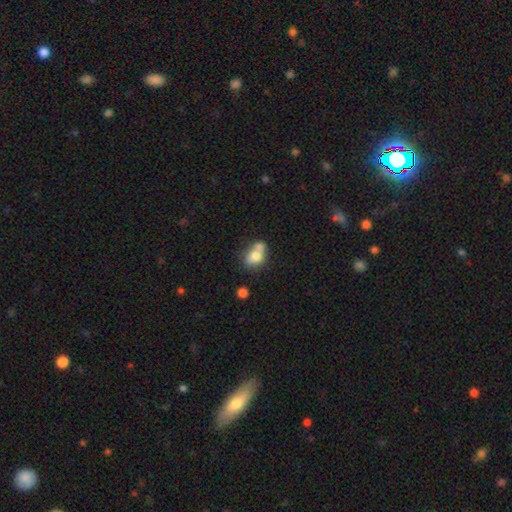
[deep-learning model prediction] Overall: smooth (73%). How rounded: in between (54%; round 44%). Merging: merger (51%; none 31%).